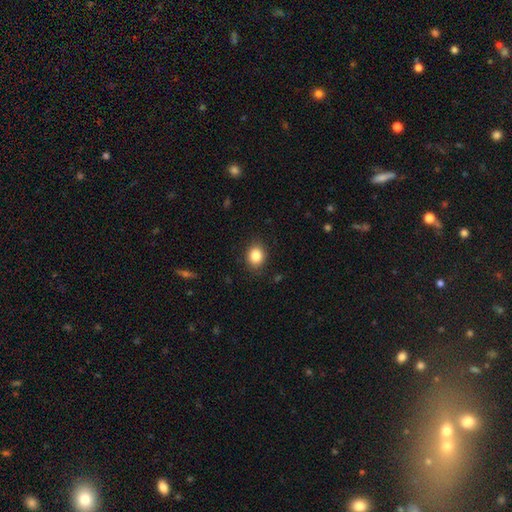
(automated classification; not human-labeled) Smooth or featured? smooth (85%)
How rounded? round (58%)
Merging? none (87%)